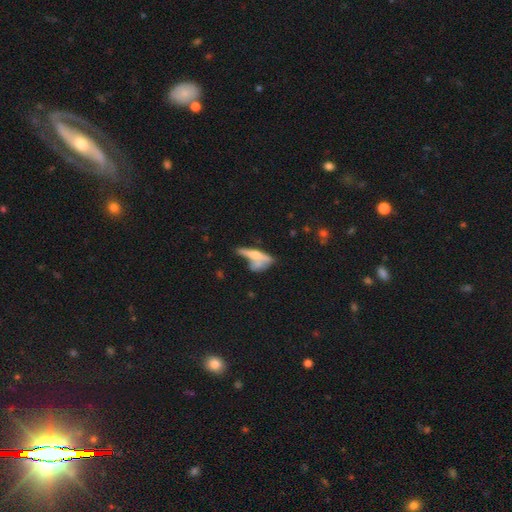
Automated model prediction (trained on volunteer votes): Smooth or featured? featured or disk (47%)
Merging? none (36%)